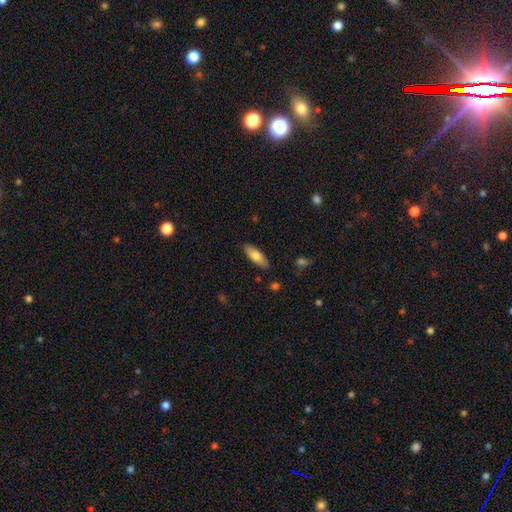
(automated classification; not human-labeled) Smooth or featured: smooth — 74% (featured or disk — 20%)
How rounded: in between — 69% (cigar-shaped — 29%)
Merging: none — 86% (minor disturbance — 10%)